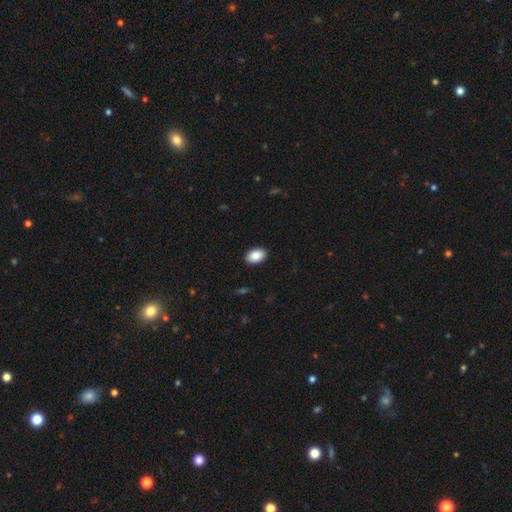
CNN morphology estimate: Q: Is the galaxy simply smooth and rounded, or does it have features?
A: smooth — 88%.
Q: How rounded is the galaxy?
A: in between — 90%.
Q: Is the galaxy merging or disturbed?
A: none — 91%.